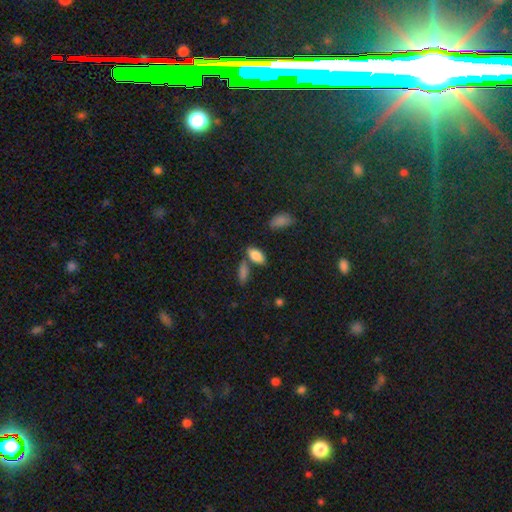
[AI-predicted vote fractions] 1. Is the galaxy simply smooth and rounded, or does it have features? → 86% smooth, 8% star or artifact, 7% featured or disk.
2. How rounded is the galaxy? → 89% in between, 8% cigar-shaped, 3% round.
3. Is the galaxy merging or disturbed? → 64% none, 19% merger, 13% minor disturbance, 4% major disturbance.